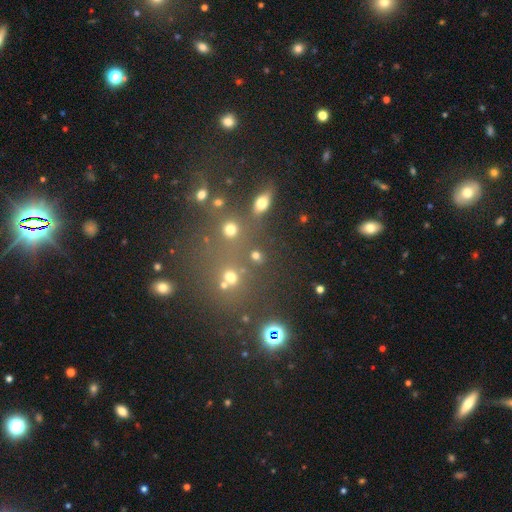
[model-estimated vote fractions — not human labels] A smooth galaxy with no disk features (70%) that is round (74%).

Vote fractions:
- Smooth or featured? smooth: 70% / star or artifact: 21% / featured or disk: 9%
- How rounded? round: 74% / in between: 23% / cigar-shaped: 3%
- Merging? none: 71% / merger: 14% / minor disturbance: 9% / major disturbance: 6%